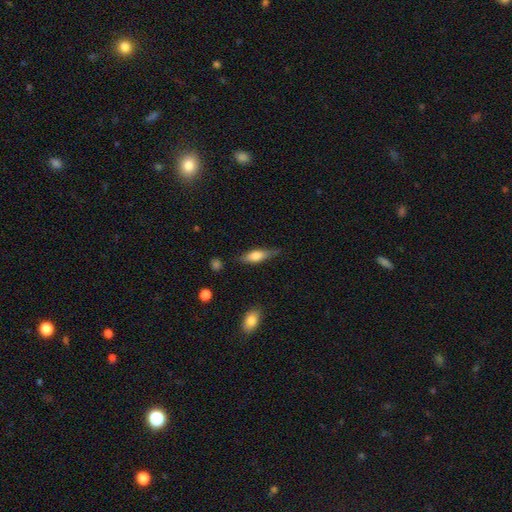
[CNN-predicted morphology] Smooth or featured: smooth — 59% (featured or disk — 34%)
How rounded: in between — 50% (cigar-shaped — 47%)
Merging: none — 71% (minor disturbance — 21%)